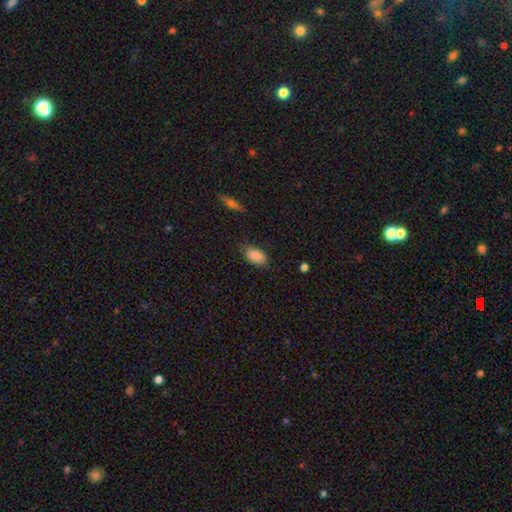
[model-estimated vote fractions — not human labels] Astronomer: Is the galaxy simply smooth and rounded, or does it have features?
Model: smooth — 85%.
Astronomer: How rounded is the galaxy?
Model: in between — 92%.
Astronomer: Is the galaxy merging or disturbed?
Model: none — 74%.